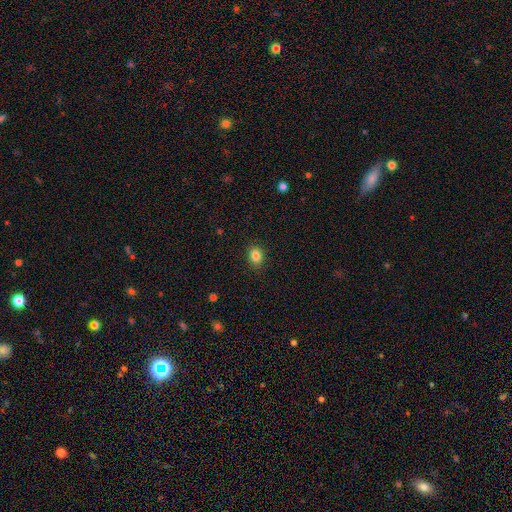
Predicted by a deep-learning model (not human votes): This appears to be a smooth galaxy with no disk features (84%) that is in between round and cigar-shaped (58%). Merging: none (89%).